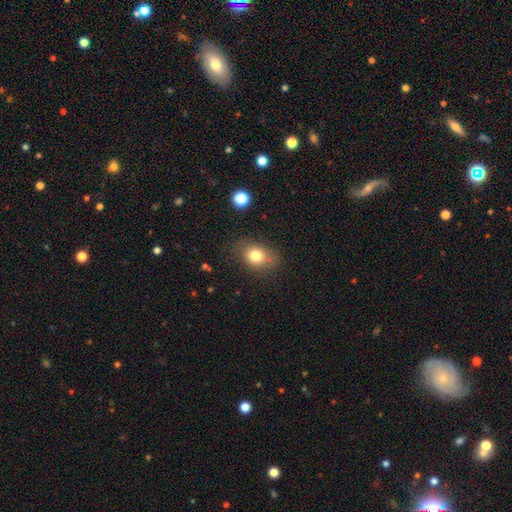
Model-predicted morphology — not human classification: A smooth galaxy with no disk features (79%) that is in between round and cigar-shaped (62%). Merging: none (73%).